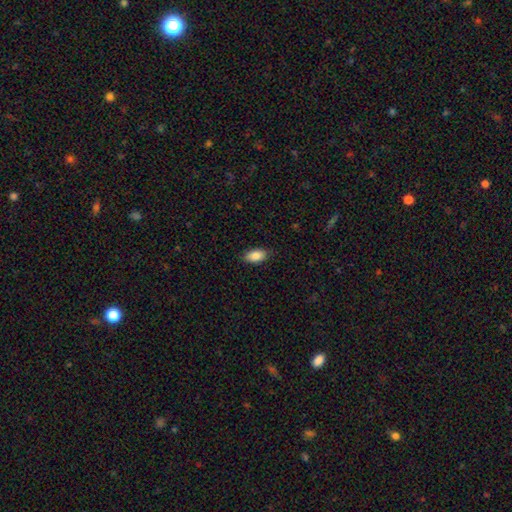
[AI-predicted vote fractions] smooth-or-featured: smooth: 87% | star or artifact: 7% | featured or disk: 6%
  how-rounded: in between: 92% | cigar-shaped: 4% | round: 4%
  merging: none: 87% | minor disturbance: 10% | major disturbance: 2% | merger: 1%